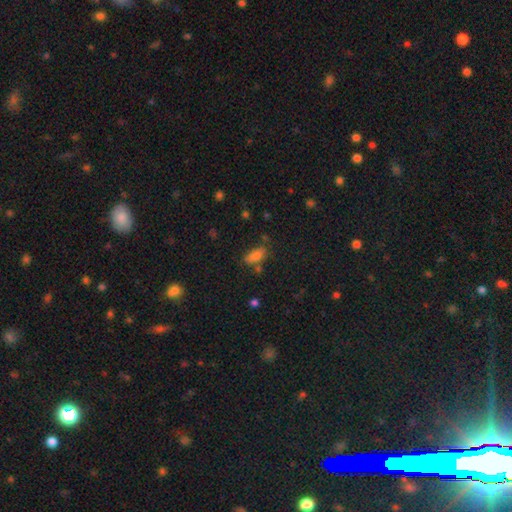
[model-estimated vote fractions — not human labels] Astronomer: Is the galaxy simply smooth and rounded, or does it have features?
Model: smooth — 78%.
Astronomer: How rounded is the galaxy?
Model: in between — 82%.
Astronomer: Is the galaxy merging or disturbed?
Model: none — 66%.